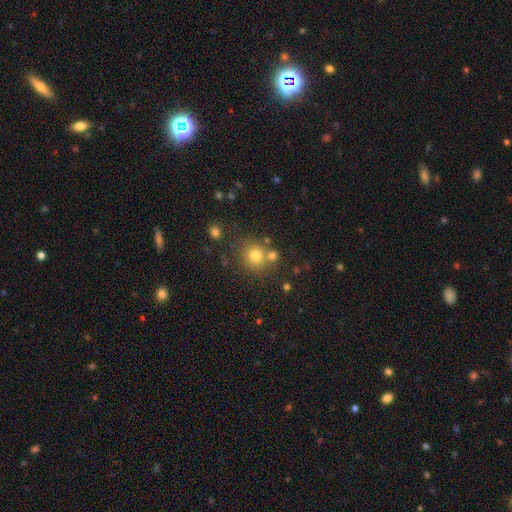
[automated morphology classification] Smooth or featured? smooth (76%)
How rounded? round (87%)
Merging? none (70%)